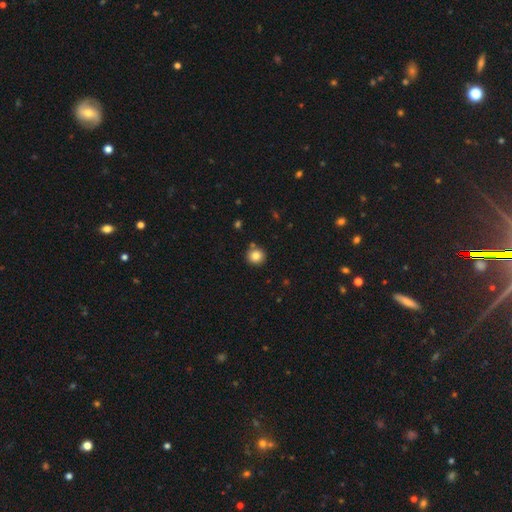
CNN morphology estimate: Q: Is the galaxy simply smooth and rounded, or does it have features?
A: smooth — 83%.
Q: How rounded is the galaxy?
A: round — 92%.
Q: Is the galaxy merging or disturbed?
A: none — 82%.